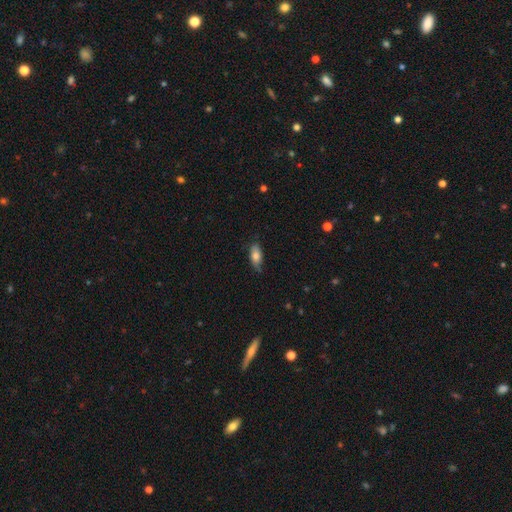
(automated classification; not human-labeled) smooth_or_featured: smooth (p=0.79) [alt: featured or disk p=0.14]
how_rounded: in between (p=0.82) [alt: cigar-shaped p=0.15]
merging: none (p=0.72) [alt: minor disturbance p=0.23]